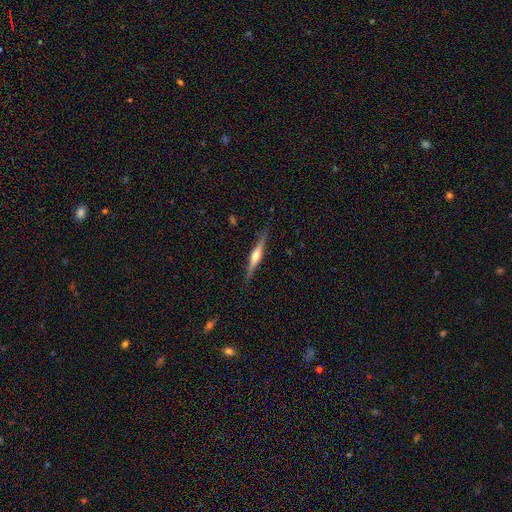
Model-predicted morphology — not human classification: smooth_or_featured: featured or disk (p=0.71) [alt: smooth p=0.23]
disk_edge_on: yes (p=0.98) [alt: no p=0.02]
edge_on_bulge: rounded (p=0.86) [alt: boxy p=0.08]
merging: none (p=0.88) [alt: minor disturbance p=0.09]